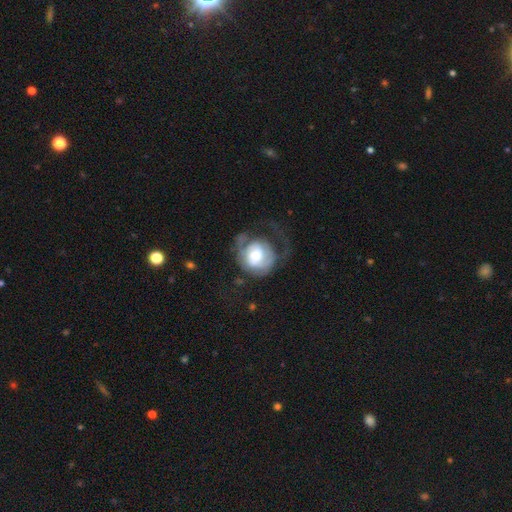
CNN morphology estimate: A featured or disk galaxy (57%) with no bar (69%), spiral arms (69%) and a moderate central bulge (51%). Merging: major disturbance (43%).